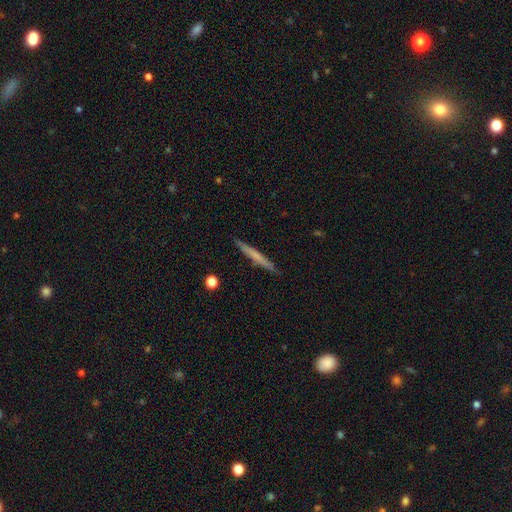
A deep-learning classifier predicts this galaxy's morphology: A smooth galaxy with no disk features (54%) that is cigar-shaped (96%).

Vote fractions:
- Smooth or featured? smooth: 54% / featured or disk: 40% / star or artifact: 6%
- How rounded? cigar-shaped: 96% / in between: 2% / round: 1%
- Merging? none: 90% / minor disturbance: 7% / major disturbance: 1% / merger: 1%